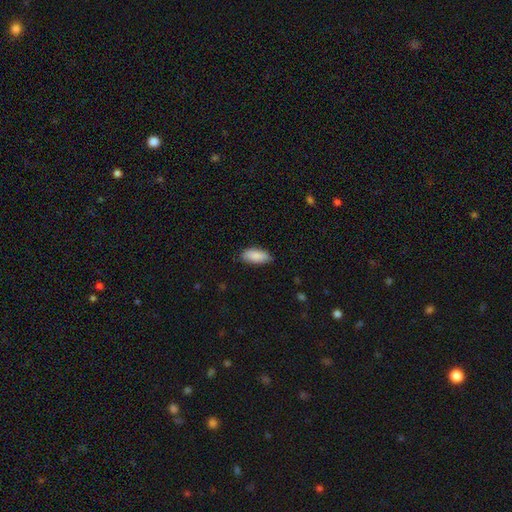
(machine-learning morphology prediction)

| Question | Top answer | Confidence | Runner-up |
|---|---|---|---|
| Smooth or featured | smooth | 89% | star or artifact (6%) |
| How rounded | in between | 89% | cigar-shaped (9%) |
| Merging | none | 80% | minor disturbance (16%) |